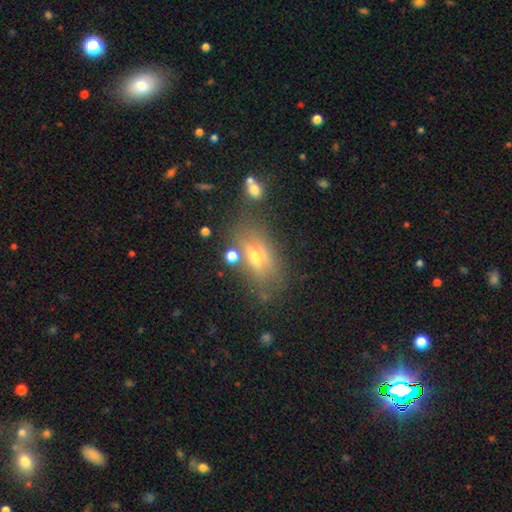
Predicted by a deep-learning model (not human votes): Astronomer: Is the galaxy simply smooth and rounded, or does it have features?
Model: featured or disk — 44% (runner-up: smooth, 42%).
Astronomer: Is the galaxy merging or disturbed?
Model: none — 65%.